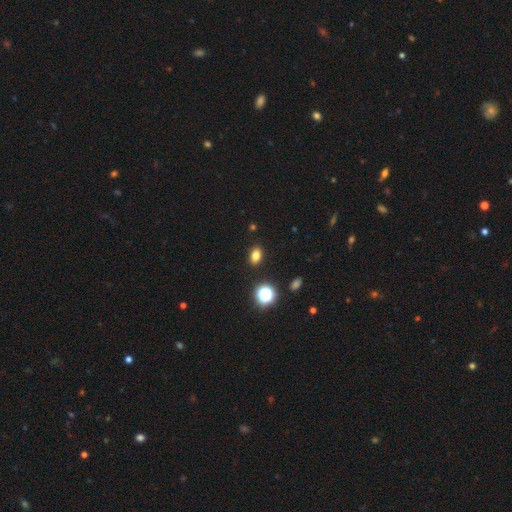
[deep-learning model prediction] Smooth or featured? smooth (77%)
How rounded? in between (76%)
Merging? none (88%)